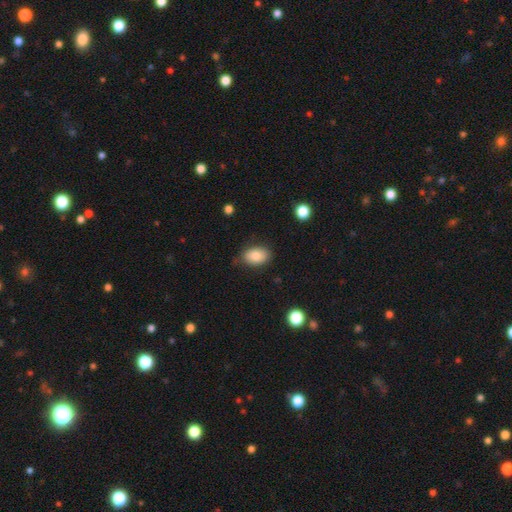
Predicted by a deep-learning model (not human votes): smooth_or_featured: smooth (p=0.82) [alt: featured or disk p=0.10]
how_rounded: in between (p=0.83) [alt: round p=0.15]
merging: none (p=0.76) [alt: minor disturbance p=0.18]